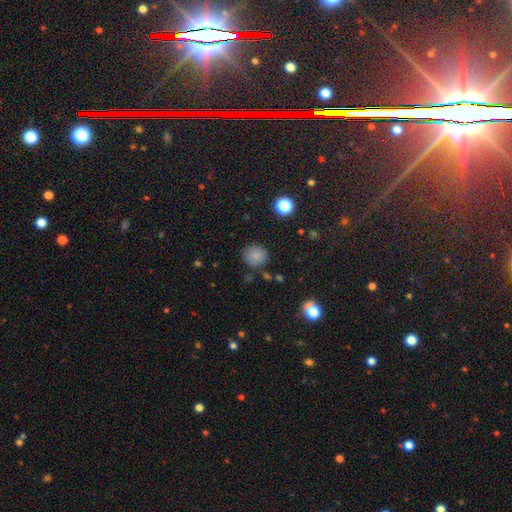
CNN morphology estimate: Q: Smooth or featured?
A: smooth (81%); runner-up: star or artifact (13%)
Q: How rounded?
A: round (87%); runner-up: in between (12%)
Q: Merging?
A: none (83%); runner-up: minor disturbance (11%)